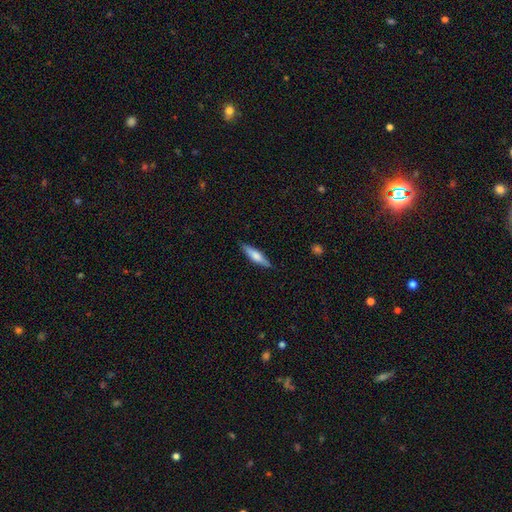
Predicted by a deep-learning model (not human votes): This is likely a smooth galaxy (60%). How rounded: likely cigar-shaped (78%). Merging: clearly none (87%).